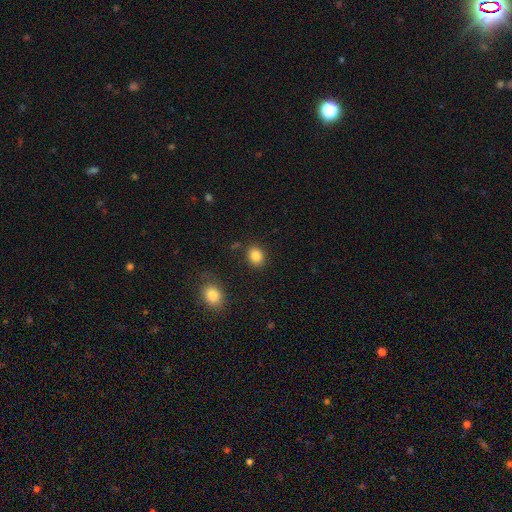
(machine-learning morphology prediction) Smooth or featured? Predicted: smooth (p=0.85). How rounded? Predicted: round (p=0.59). Merging? Predicted: none (p=0.86).